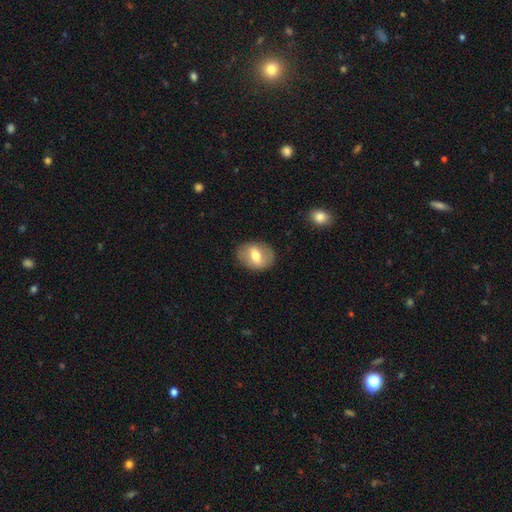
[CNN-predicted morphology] A smooth galaxy with no disk features (54%) that is in between round and cigar-shaped (62%). Merging: none (83%).